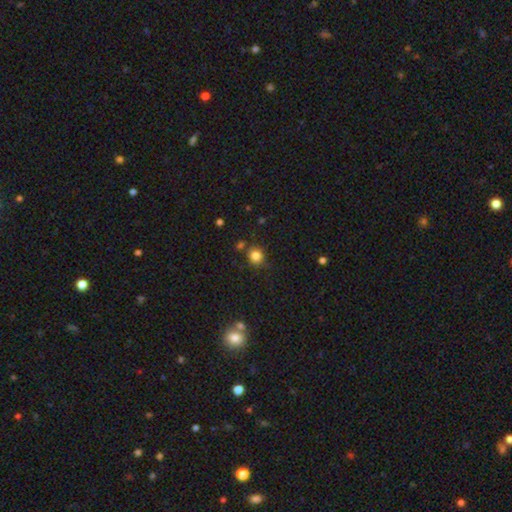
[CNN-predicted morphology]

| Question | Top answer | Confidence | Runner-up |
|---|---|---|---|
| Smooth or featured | smooth | 83% | star or artifact (12%) |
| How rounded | round | 87% | in between (12%) |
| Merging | none | 79% | minor disturbance (11%) |